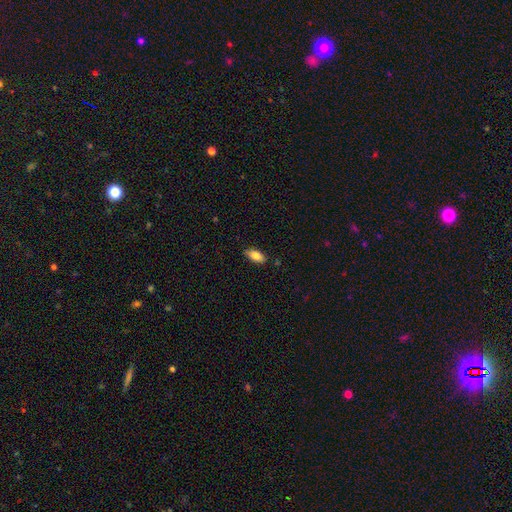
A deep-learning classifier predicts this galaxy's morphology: Smooth or featured?
  - smooth: 81% *
  - featured or disk: 12%
  - star or artifact: 7%
How rounded?
  - in between: 86% *
  - cigar-shaped: 11%
  - round: 2%
Merging?
  - none: 85% *
  - minor disturbance: 12%
  - major disturbance: 2%
  - merger: 1%